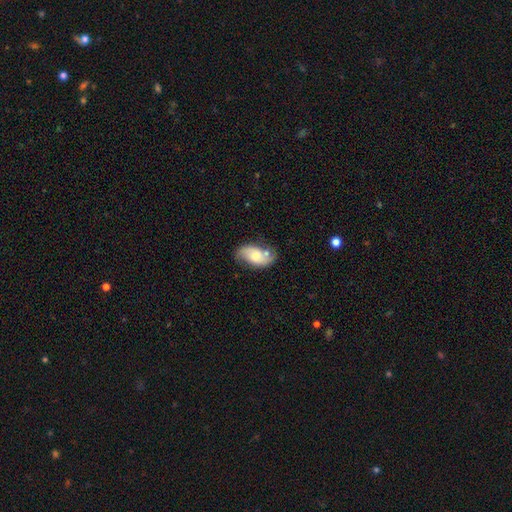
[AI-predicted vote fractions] Morphology: type=featured or disk (52%); edge-on=no (94%); merging=none (58%).